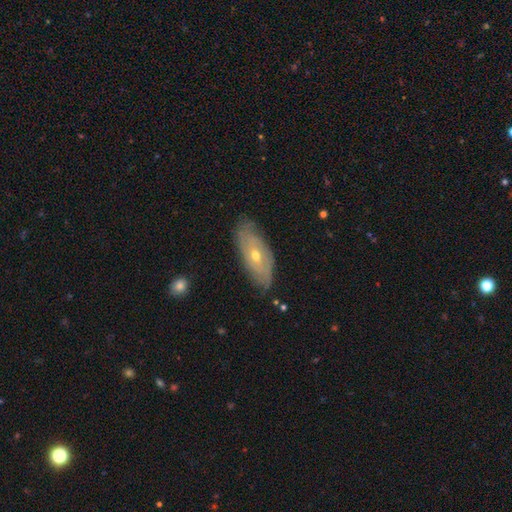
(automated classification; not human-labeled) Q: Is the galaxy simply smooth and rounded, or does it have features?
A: featured or disk — 64%.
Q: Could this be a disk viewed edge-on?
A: no — 82%.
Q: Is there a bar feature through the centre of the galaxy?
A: no — 75%.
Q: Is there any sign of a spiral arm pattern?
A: yes — 66%.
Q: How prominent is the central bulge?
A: moderate — 49%.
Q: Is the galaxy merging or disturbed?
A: none — 75%.